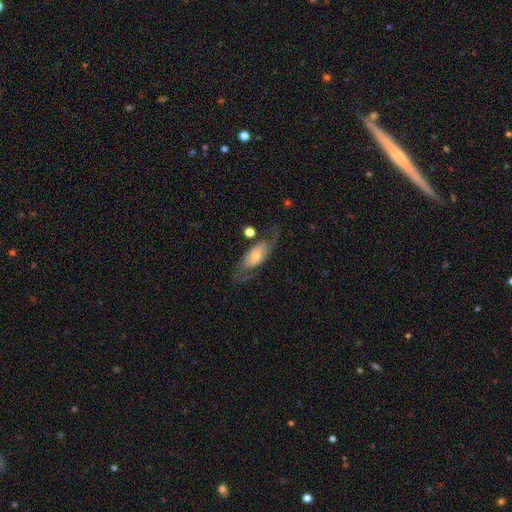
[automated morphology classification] smooth_or_featured: featured or disk (p=0.55) [alt: smooth p=0.38]
disk_edge_on: no (p=0.84) [alt: yes p=0.16]
merging: none (p=0.54) [alt: major disturbance p=0.21]